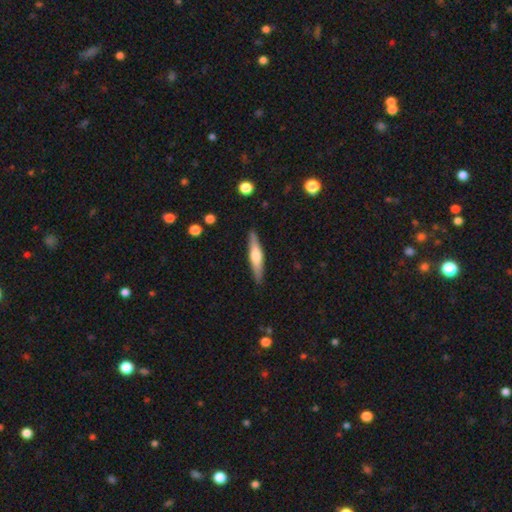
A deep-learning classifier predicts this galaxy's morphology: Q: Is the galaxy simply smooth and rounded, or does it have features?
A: featured or disk — 49%.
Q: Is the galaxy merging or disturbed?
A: none — 89%.